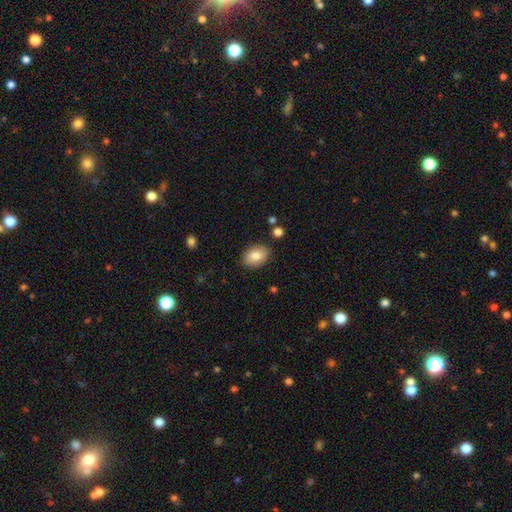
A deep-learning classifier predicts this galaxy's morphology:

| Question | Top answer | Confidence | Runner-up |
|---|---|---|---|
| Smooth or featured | smooth | 83% | featured or disk (9%) |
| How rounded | in between | 81% | round (18%) |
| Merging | none | 86% | minor disturbance (10%) |